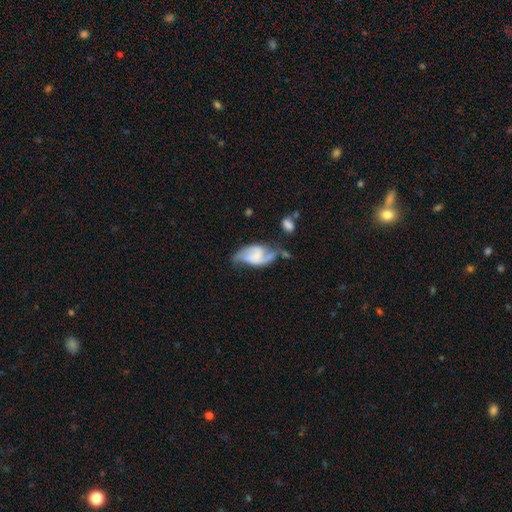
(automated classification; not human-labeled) Smooth or featured?
  - featured or disk: 72% *
  - smooth: 21%
  - star or artifact: 7%
Edge-on disk?
  - no: 96% *
  - yes: 4%
Bar?
  - no: 50% *
  - weak: 37%
  - strong: 13%
Spiral arms?
  - yes: 90% *
  - no: 10%
Spiral winding?
  - loose: 47% *
  - medium: 39%
  - tight: 14%
Spiral arm count?
  - 2: 86% *
  - can't tell: 6%
  - 1: 4%
  - 3: 2%
  - 4: 1%
  - more than 4: 1%
Bulge size?
  - small: 38% *
  - none: 36%
  - moderate: 18%
  - large: 6%
  - dominant: 2%
Merging?
  - none: 40% *
  - minor disturbance: 28%
  - major disturbance: 21%
  - merger: 12%